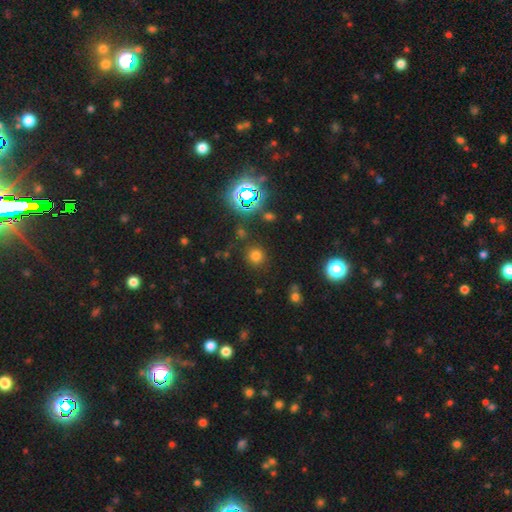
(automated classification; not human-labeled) This appears to be a smooth galaxy with no disk features (67%) that is round (91%). Merging: none (84%).